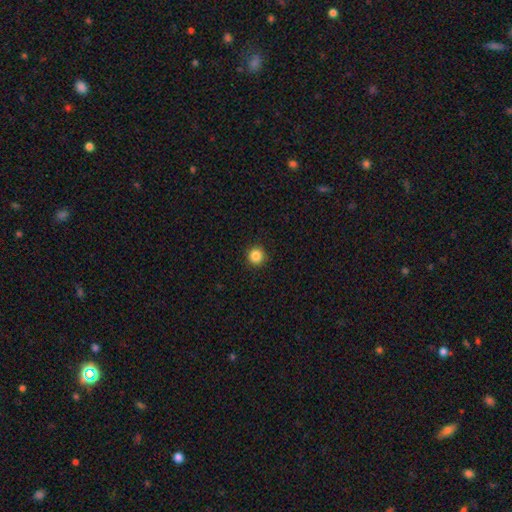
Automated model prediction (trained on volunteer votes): Smooth or featured? smooth (85%)
How rounded? round (95%)
Merging? none (93%)